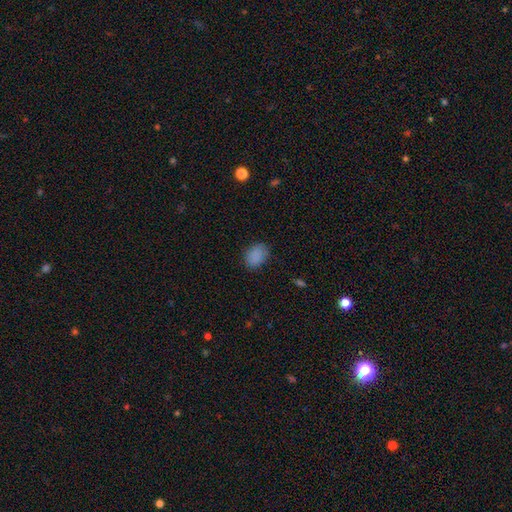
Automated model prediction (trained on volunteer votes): smooth_or_featured: smooth (p=0.86) [alt: star or artifact p=0.10]
how_rounded: in between (p=0.72) [alt: round p=0.27]
merging: none (p=0.80) [alt: minor disturbance p=0.15]